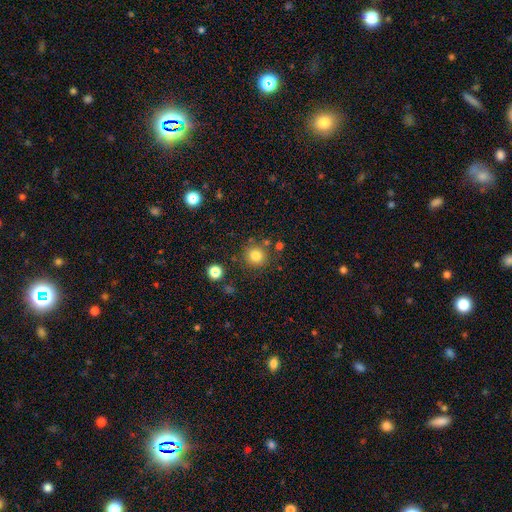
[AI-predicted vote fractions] Smooth or featured?
  - smooth: 81% *
  - star or artifact: 12%
  - featured or disk: 7%
How rounded?
  - round: 93% *
  - in between: 6%
  - cigar-shaped: 1%
Merging?
  - none: 83% *
  - minor disturbance: 9%
  - merger: 5%
  - major disturbance: 3%